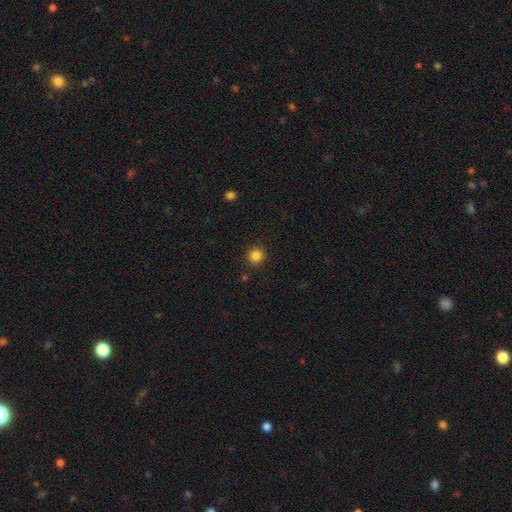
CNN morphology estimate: This is clearly a smooth galaxy (85%). How rounded: clearly round (93%). Merging: clearly none (90%).